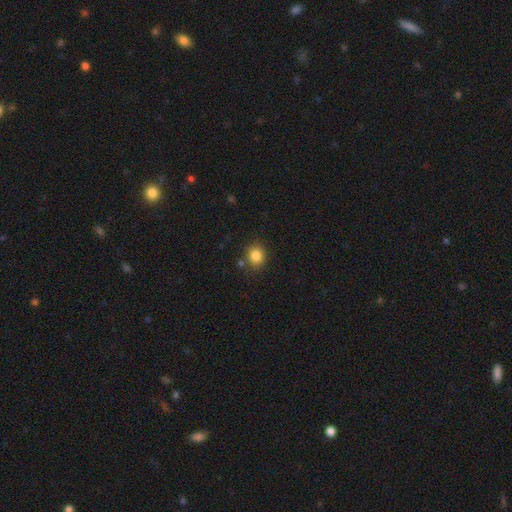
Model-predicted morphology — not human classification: smooth_or_featured: smooth (p=0.85) [alt: star or artifact p=0.11]
how_rounded: round (p=0.74) [alt: in between p=0.25]
merging: none (p=0.80) [alt: minor disturbance p=0.11]